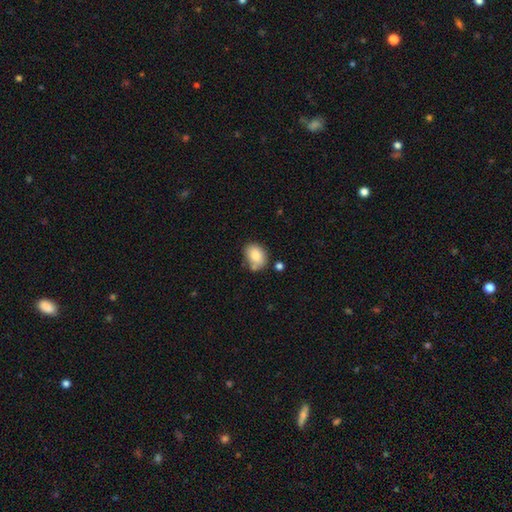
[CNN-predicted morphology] smooth-or-featured: smooth: 83% | featured or disk: 9% | star or artifact: 8%
  how-rounded: in between: 71% | round: 28% | cigar-shaped: 1%
  merging: none: 62% | minor disturbance: 22% | merger: 11% | major disturbance: 5%